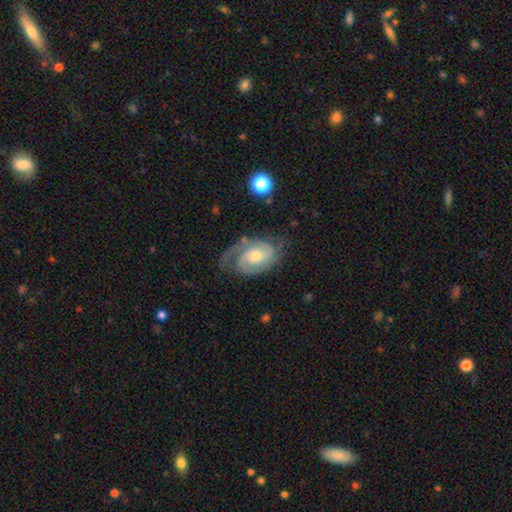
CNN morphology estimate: Overall: featured or disk (86%). Edge-on disk: no (97%). Bar: no (64%; weak 30%). Spiral arms: yes (97%). Spiral arm count: 2 (61%). Spiral winding: tight (56%; medium 35%). Bulge size: moderate (52%; small 42%). Merging: none (65%).